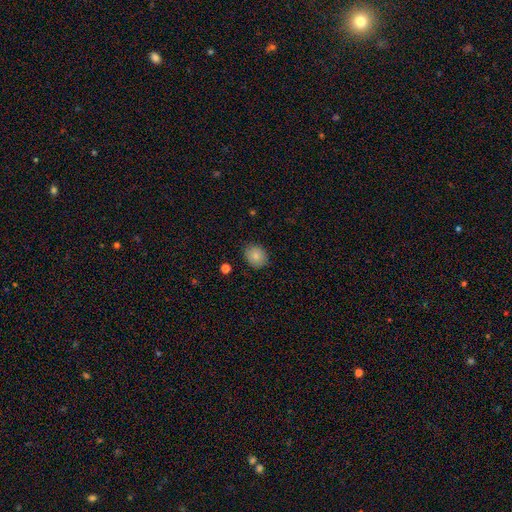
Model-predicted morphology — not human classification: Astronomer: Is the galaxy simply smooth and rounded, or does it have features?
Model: smooth — 84%.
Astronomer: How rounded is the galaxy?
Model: round — 60% (runner-up: in between, 39%).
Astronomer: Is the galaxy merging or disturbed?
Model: none — 84%.